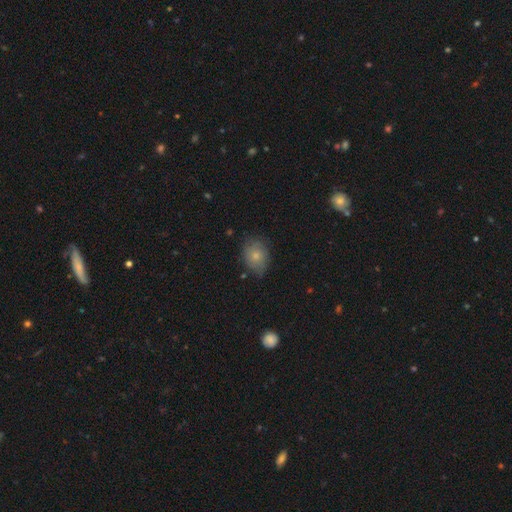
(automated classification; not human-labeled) This appears to be a smooth galaxy with no disk features (74%) that is in between round and cigar-shaped (60%). Merging: none (64%).